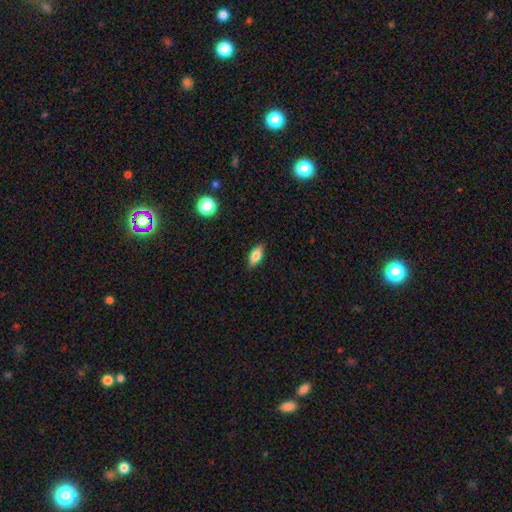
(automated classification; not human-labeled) This appears to be a smooth galaxy with no disk features (78%) that is in between round and cigar-shaped (80%). Merging: none (87%).